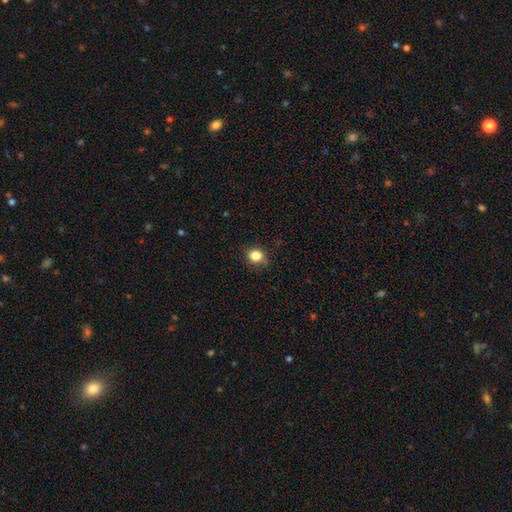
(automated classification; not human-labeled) Overall: smooth (84%). How rounded: round (69%; in between 30%). Merging: none (80%).